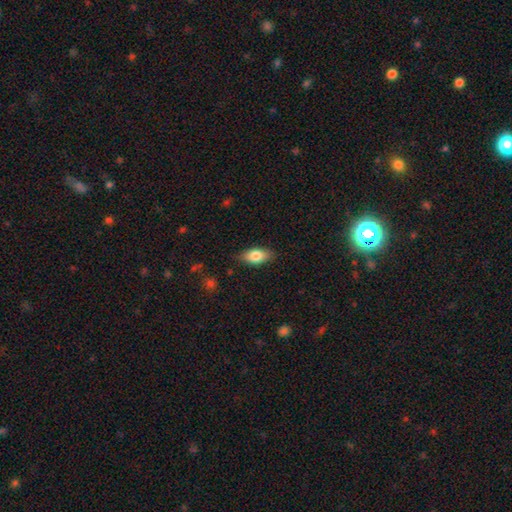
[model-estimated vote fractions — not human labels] This is likely a smooth galaxy (79%). How rounded: clearly in between (88%). Merging: clearly none (82%).